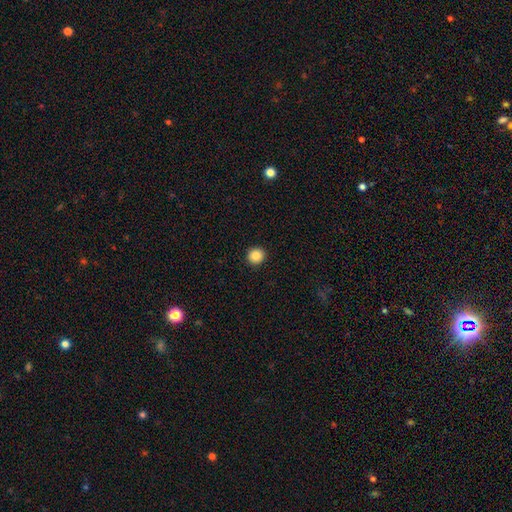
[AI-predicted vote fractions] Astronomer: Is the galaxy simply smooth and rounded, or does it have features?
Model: smooth — 85%.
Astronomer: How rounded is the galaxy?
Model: round — 94%.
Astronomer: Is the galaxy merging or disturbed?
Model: none — 94%.